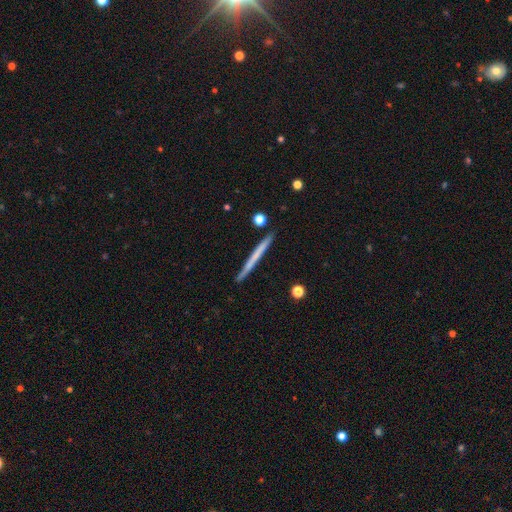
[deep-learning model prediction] smooth 51%, featured or disk 43%, star or artifact 5%. Down the decision tree: how rounded — cigar-shaped (97%); merging — none (90%).